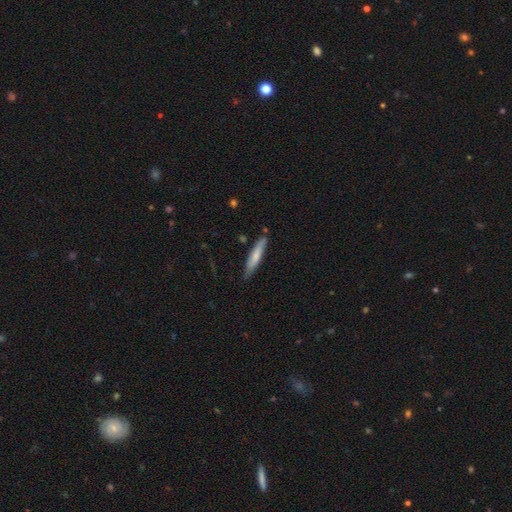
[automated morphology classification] type=smooth (69%); roundness=cigar-shaped (89%); merging=none (76%).